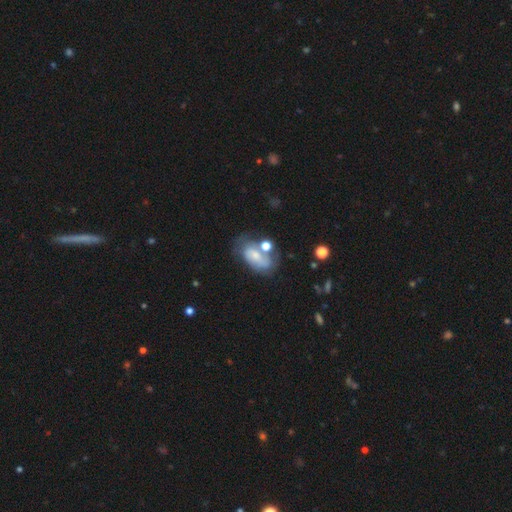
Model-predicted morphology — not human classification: This is possibly a smooth galaxy (50%). How rounded: clearly in between (86%). Merging: marginally none (33%).